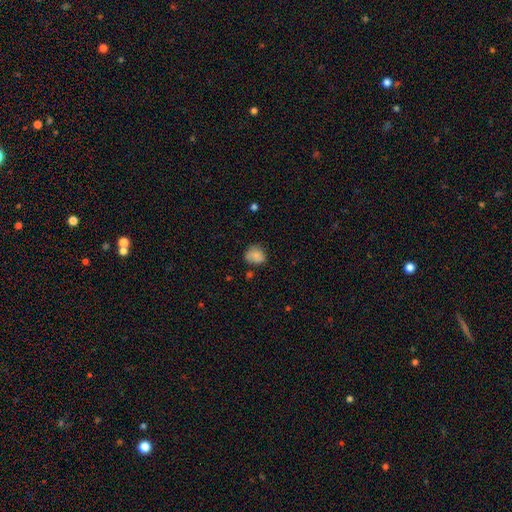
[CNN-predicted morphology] A smooth galaxy with no disk features (83%) that is round (64%).

Vote fractions:
- Smooth or featured? smooth: 83% / star or artifact: 10% / featured or disk: 7%
- How rounded? round: 64% / in between: 35% / cigar-shaped: 1%
- Merging? none: 64% / minor disturbance: 26% / major disturbance: 6% / merger: 4%